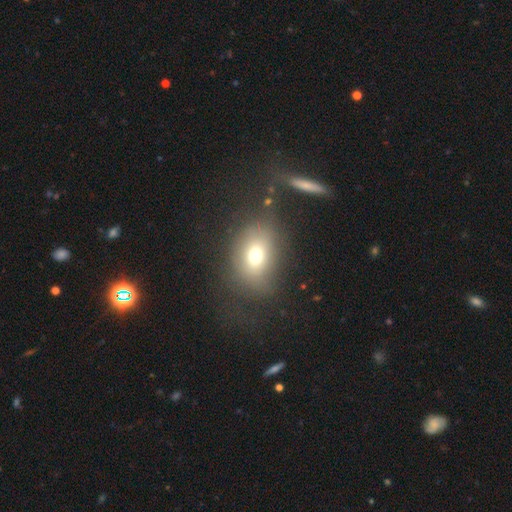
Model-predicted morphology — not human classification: smooth_or_featured: smooth (p=0.69) [alt: featured or disk p=0.17]
how_rounded: in between (p=0.64) [alt: round p=0.35]
merging: none (p=0.65) [alt: minor disturbance p=0.17]